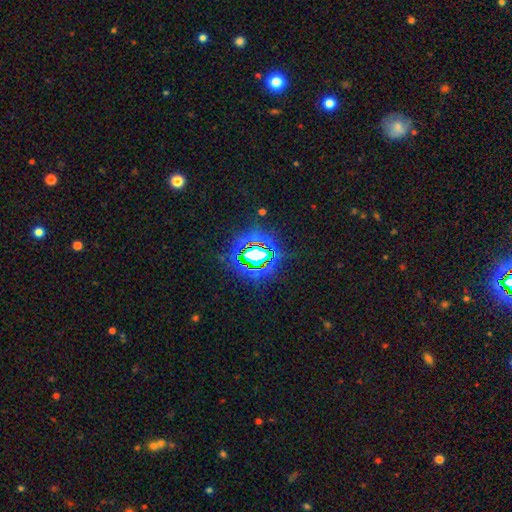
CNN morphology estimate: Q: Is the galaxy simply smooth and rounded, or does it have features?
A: star or artifact — 77%.